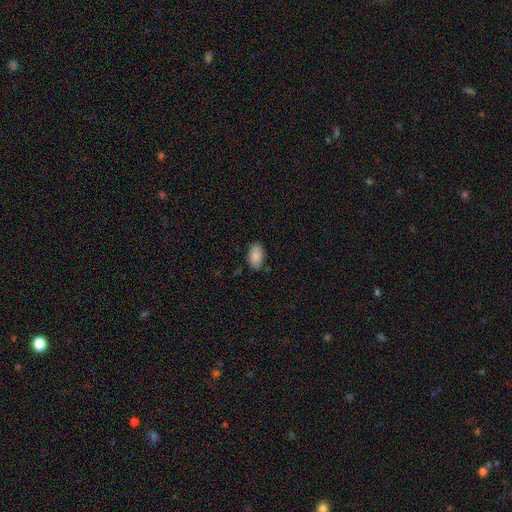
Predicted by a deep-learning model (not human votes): Smooth or featured?
  - smooth: 88% *
  - star or artifact: 7%
  - featured or disk: 5%
How rounded?
  - in between: 94% *
  - round: 5%
  - cigar-shaped: 2%
Merging?
  - none: 83% *
  - minor disturbance: 13%
  - major disturbance: 2%
  - merger: 2%